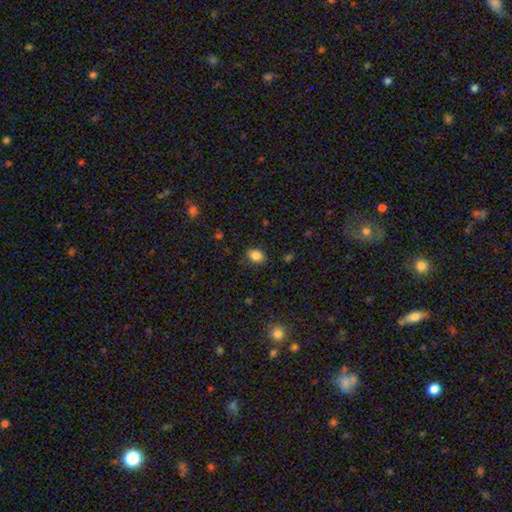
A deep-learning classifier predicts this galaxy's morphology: Q: Smooth or featured?
A: smooth (85%); runner-up: star or artifact (10%)
Q: How rounded?
A: in between (67%); runner-up: round (32%)
Q: Merging?
A: none (85%); runner-up: minor disturbance (11%)